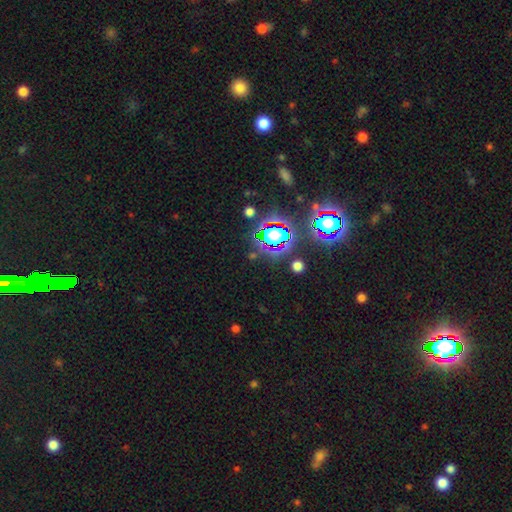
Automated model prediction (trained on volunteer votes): This appears to be a star or artifact, not a galaxy (81%).